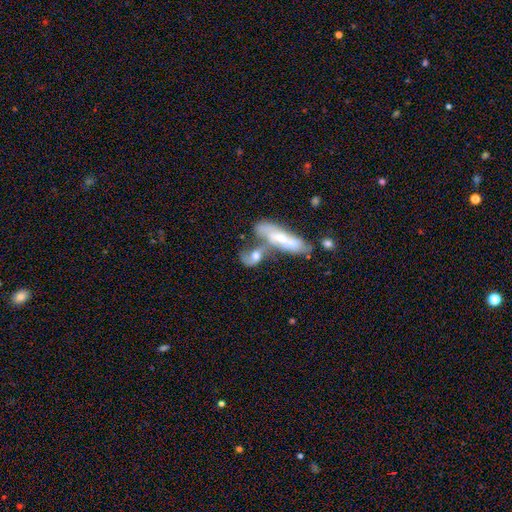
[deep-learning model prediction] Smooth or featured? featured or disk (55%)
Edge-on disk? no (82%)
Merging? merger (68%)